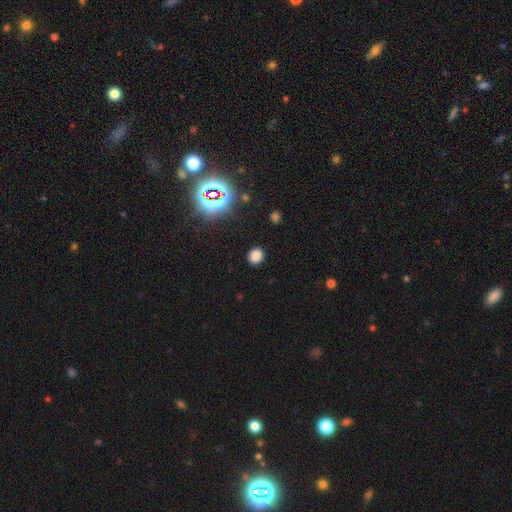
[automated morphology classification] Overall: smooth (79%). How rounded: round (74%). Merging: none (89%).